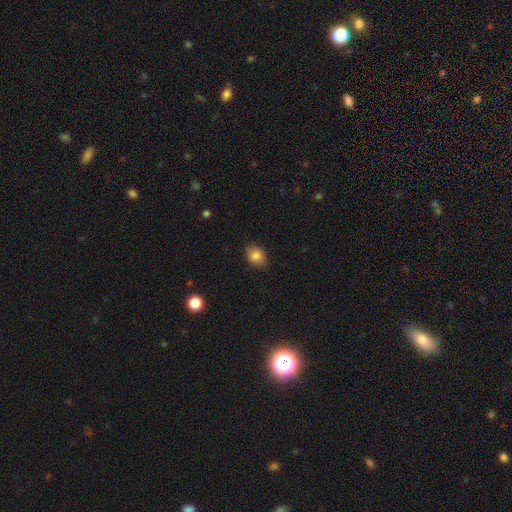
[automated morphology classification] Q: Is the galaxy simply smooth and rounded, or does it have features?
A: smooth — 86%.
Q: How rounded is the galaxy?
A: in between — 66%.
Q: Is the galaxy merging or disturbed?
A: none — 85%.